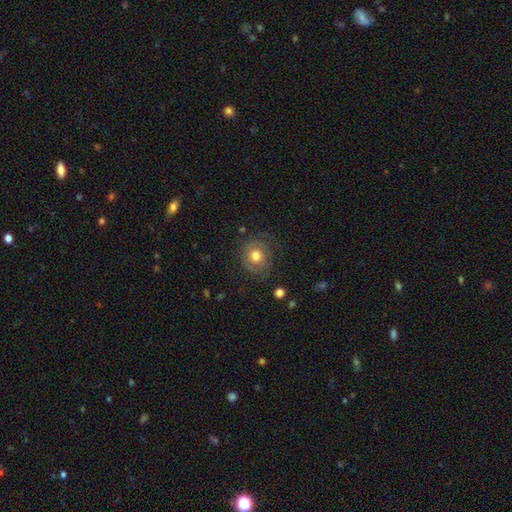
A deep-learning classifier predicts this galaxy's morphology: smooth-or-featured: smooth: 67% | featured or disk: 23% | star or artifact: 10%
  how-rounded: round: 86% | in between: 13% | cigar-shaped: 1%
  merging: none: 71% | minor disturbance: 18% | major disturbance: 10% | merger: 1%